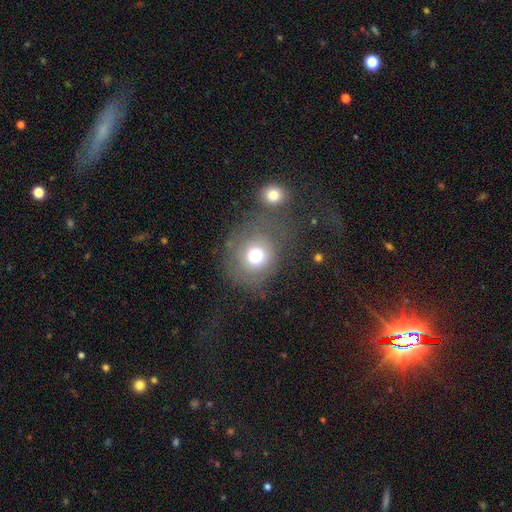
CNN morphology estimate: The model was most divided on "merging": none: 58%, merger: 15%, minor disturbance: 15%, major disturbance: 12%. More confident: how rounded — round (82%); smooth or featured — smooth (73%).